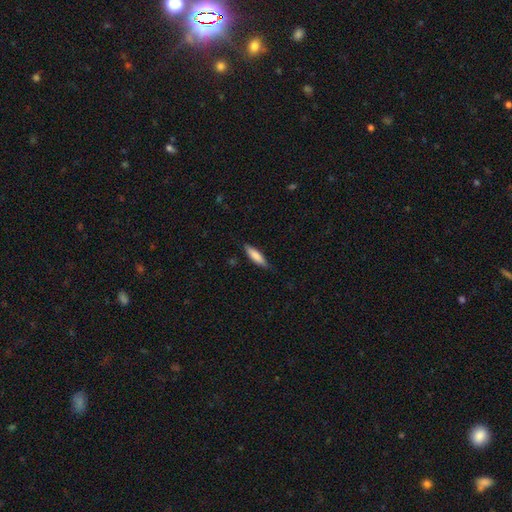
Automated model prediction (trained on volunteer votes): This appears to be a smooth galaxy with no disk features (79%) that is cigar-shaped (68%). Merging: none (80%).